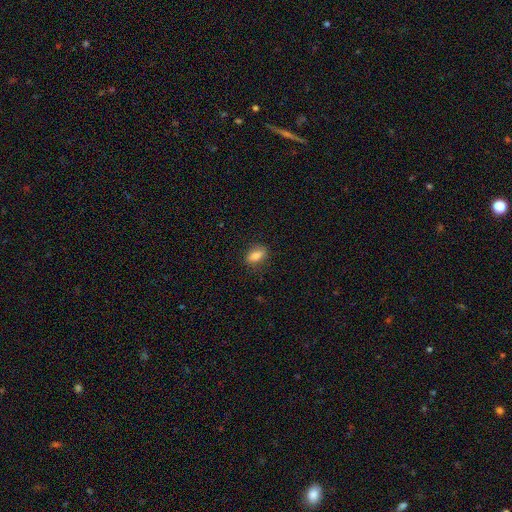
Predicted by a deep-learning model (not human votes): Overall: smooth (80%). How rounded: in between (82%). Merging: none (83%).